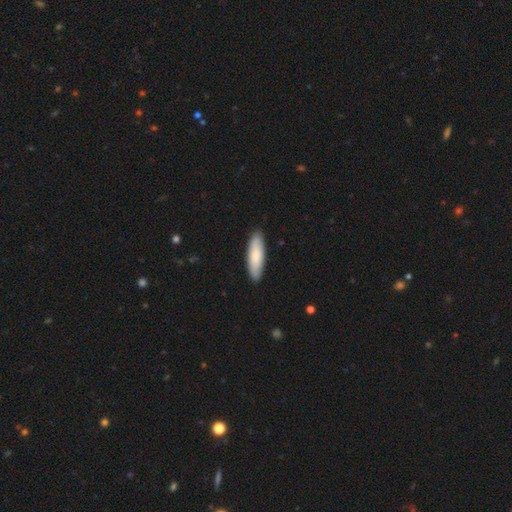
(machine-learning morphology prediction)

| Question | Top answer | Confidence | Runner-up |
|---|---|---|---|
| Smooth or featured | smooth | 78% | featured or disk (17%) |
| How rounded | cigar-shaped | 52% | in between (47%) |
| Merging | none | 88% | minor disturbance (9%) |